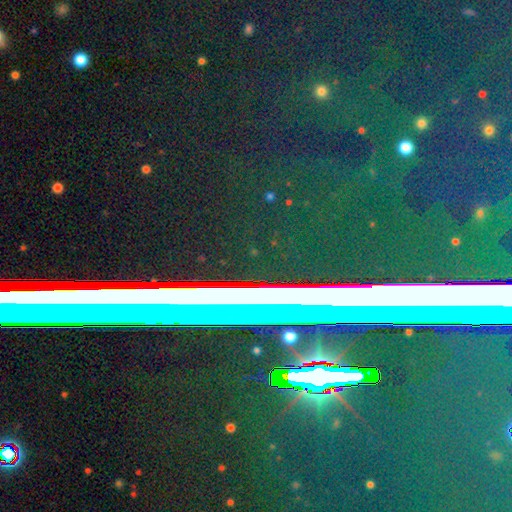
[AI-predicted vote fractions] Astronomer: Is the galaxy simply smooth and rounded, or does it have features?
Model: star or artifact — 75%.